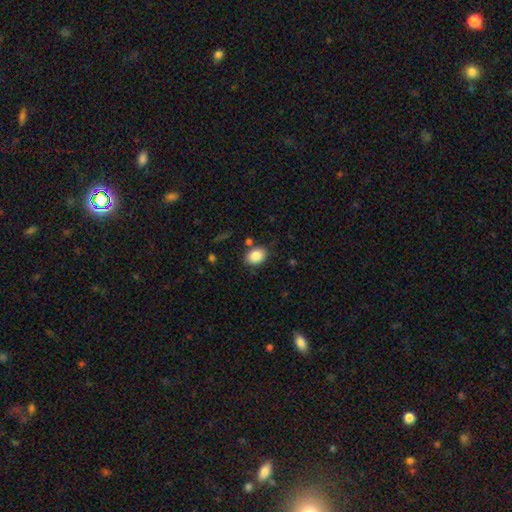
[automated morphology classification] smooth 86%, star or artifact 8%, featured or disk 6%. Down the decision tree: how rounded — in between (73%); merging — none (81%).